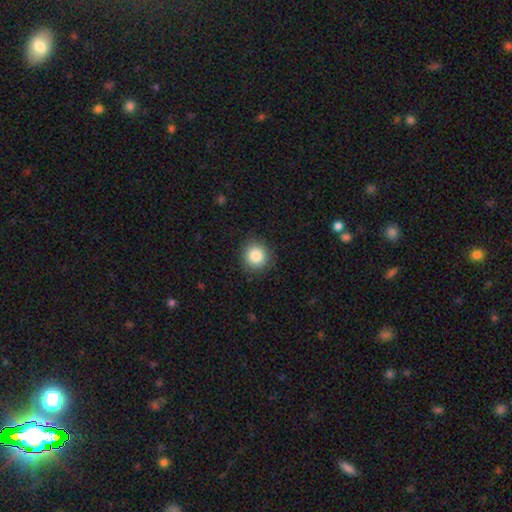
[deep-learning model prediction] smooth-or-featured: smooth: 85% | star or artifact: 9% | featured or disk: 5%
  how-rounded: round: 90% | in between: 9% | cigar-shaped: 1%
  merging: none: 89% | minor disturbance: 8% | major disturbance: 2% | merger: 1%